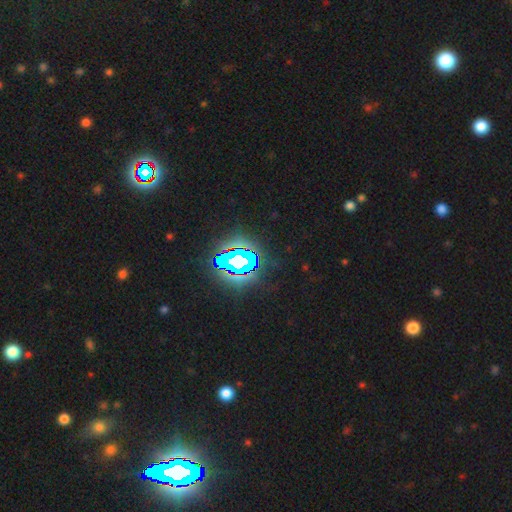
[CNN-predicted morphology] This appears to be a star or artifact, not a galaxy (83%).